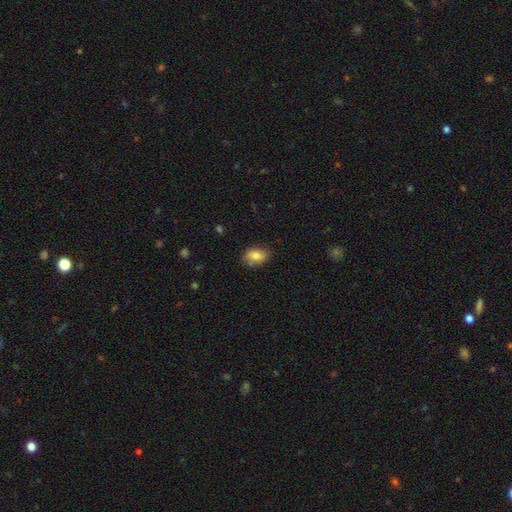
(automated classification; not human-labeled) The model was most divided on "merging": none: 74%, minor disturbance: 19%, major disturbance: 4%, merger: 3%. More confident: how rounded — in between (83%); smooth or featured — smooth (79%).